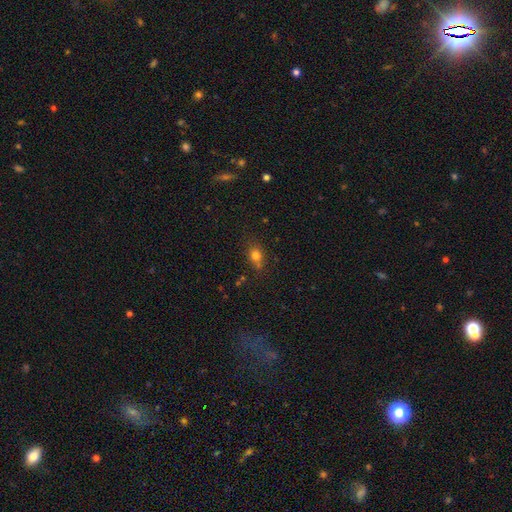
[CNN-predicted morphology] smooth-or-featured: smooth: 76% | star or artifact: 15% | featured or disk: 9%
  how-rounded: round: 55% | in between: 43% | cigar-shaped: 2%
  merging: none: 67% | minor disturbance: 18% | merger: 10% | major disturbance: 6%